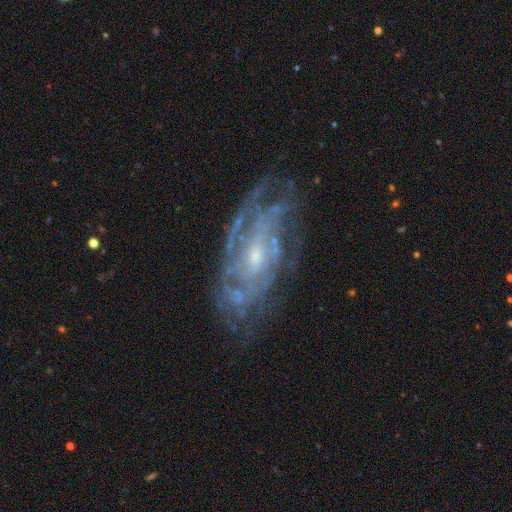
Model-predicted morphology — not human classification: This is clearly a featured or disk galaxy (85%). It is clearly not viewed edge-on (93%). Bar: possibly no (56%). Spiral arm pattern: clearly yes (91%). Spiral arm count: possibly can't tell (46%). Spiral winding: likely tight (64%). Central bulge: possibly small (57%). Merging: likely none (71%).